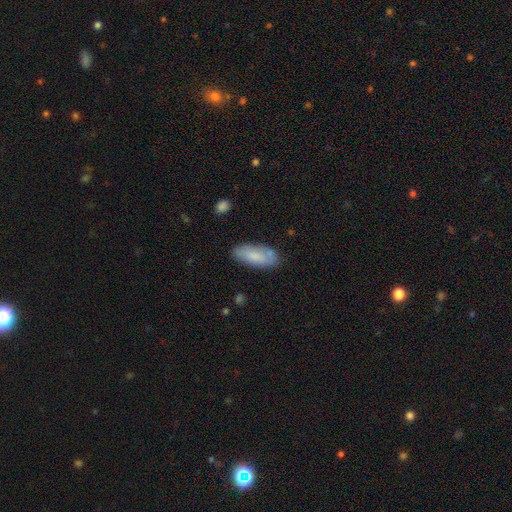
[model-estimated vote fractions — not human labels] A smooth galaxy with no disk features (75%) that is in between round and cigar-shaped (79%).

Vote fractions:
- Smooth or featured? smooth: 75% / featured or disk: 18% / star or artifact: 7%
- How rounded? in between: 79% / cigar-shaped: 19% / round: 2%
- Merging? none: 74% / minor disturbance: 19% / major disturbance: 4% / merger: 3%